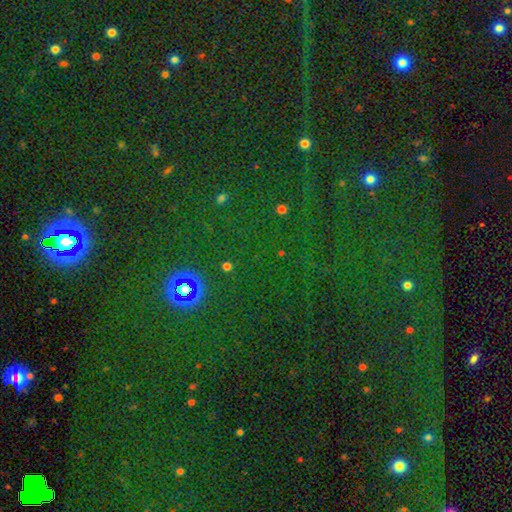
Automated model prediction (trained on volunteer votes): This appears to be a star or artifact, not a galaxy (71%).